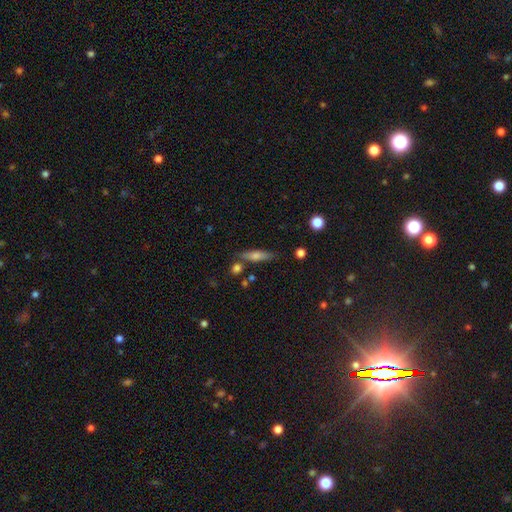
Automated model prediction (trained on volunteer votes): Overall: smooth (55%; featured or disk 36%). How rounded: cigar-shaped (68%; in between 29%). Merging: none (76%).